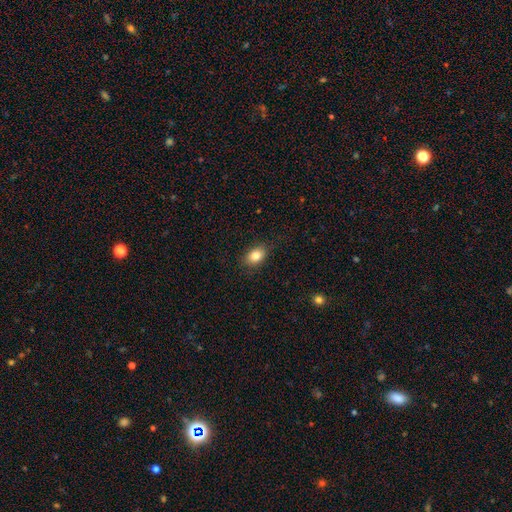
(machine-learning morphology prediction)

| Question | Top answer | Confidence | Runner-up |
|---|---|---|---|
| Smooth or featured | smooth | 84% | star or artifact (9%) |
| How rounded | in between | 79% | round (20%) |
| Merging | none | 84% | minor disturbance (12%) |